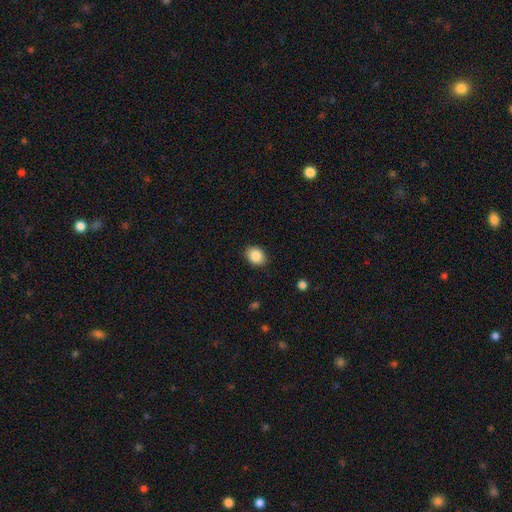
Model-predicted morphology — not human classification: smooth-or-featured: smooth: 87% | star or artifact: 8% | featured or disk: 4%
  how-rounded: in between: 54% | round: 45% | cigar-shaped: 1%
  merging: none: 87% | minor disturbance: 9% | major disturbance: 2% | merger: 1%